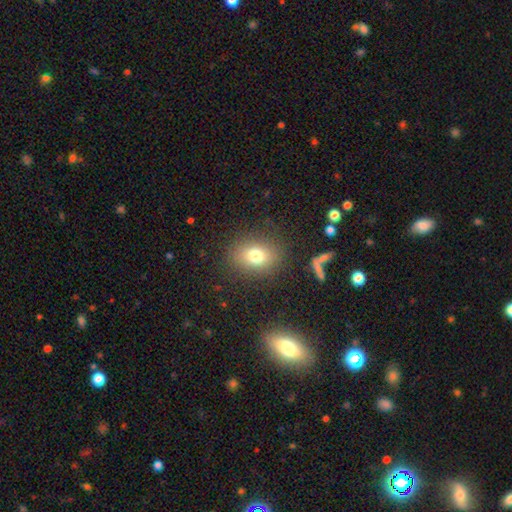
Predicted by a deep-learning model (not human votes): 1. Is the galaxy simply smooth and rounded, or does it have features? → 76% smooth, 12% star or artifact, 11% featured or disk.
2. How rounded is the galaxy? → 53% in between, 45% round, 1% cigar-shaped.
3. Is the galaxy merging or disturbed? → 84% none, 10% minor disturbance, 5% major disturbance, 2% merger.